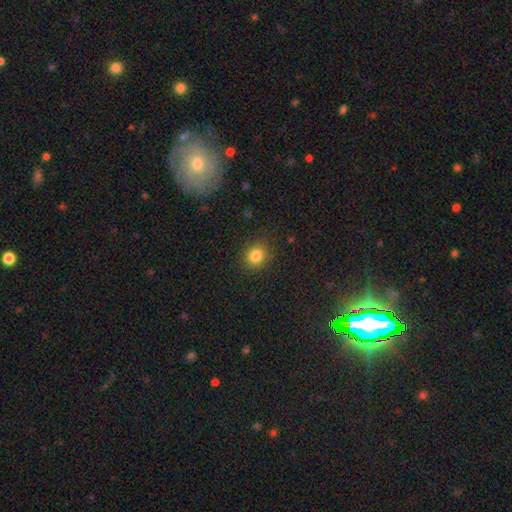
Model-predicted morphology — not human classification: smooth-or-featured: smooth: 83% | star or artifact: 12% | featured or disk: 5%
  how-rounded: round: 75% | in between: 24% | cigar-shaped: 1%
  merging: none: 88% | minor disturbance: 8% | major disturbance: 3% | merger: 1%